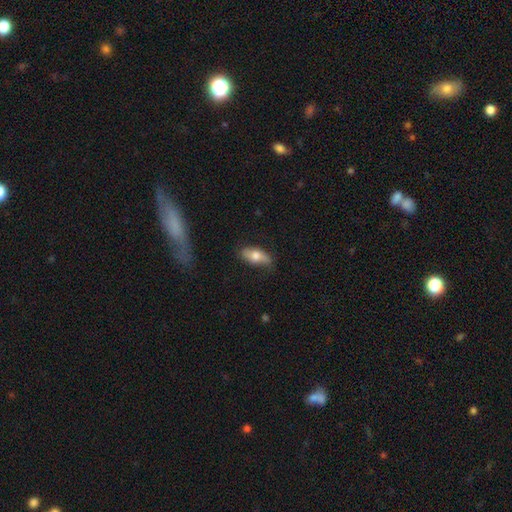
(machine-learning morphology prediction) smooth-or-featured: smooth: 65% | featured or disk: 29% | star or artifact: 6%
  how-rounded: in between: 80% | cigar-shaped: 17% | round: 3%
  merging: none: 72% | minor disturbance: 21% | major disturbance: 5% | merger: 2%